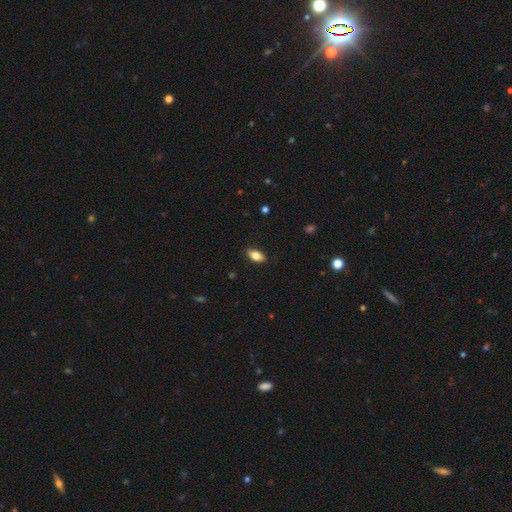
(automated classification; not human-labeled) The model was most divided on "smooth or featured": smooth: 81%, featured or disk: 12%, star or artifact: 8%. More confident: how rounded — in between (89%); merging — none (85%).